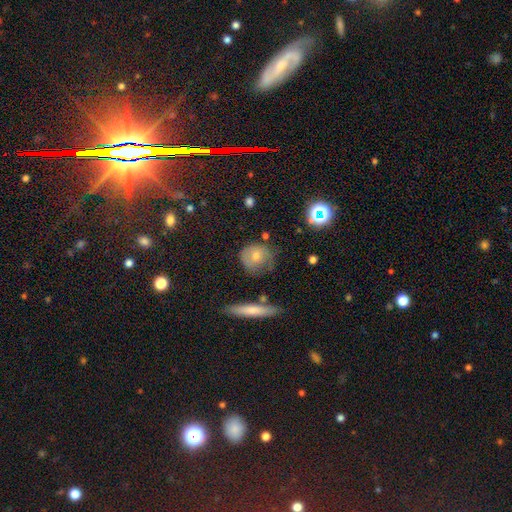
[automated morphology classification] This appears to be a smooth galaxy with no disk features (53%) that is round (78%). Merging: none (69%).